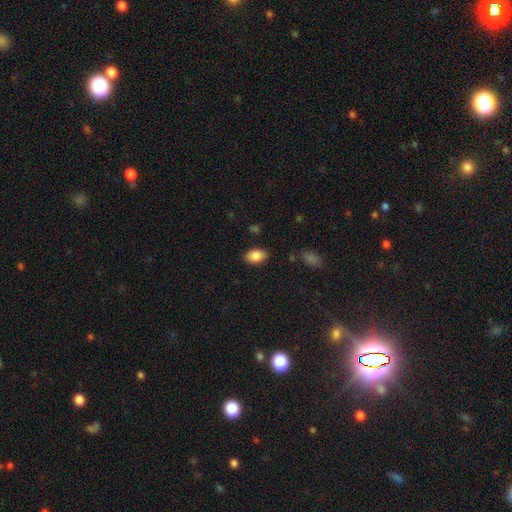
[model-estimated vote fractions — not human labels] This appears to be a smooth galaxy with no disk features (85%) that is in between round and cigar-shaped (87%). Merging: none (85%).